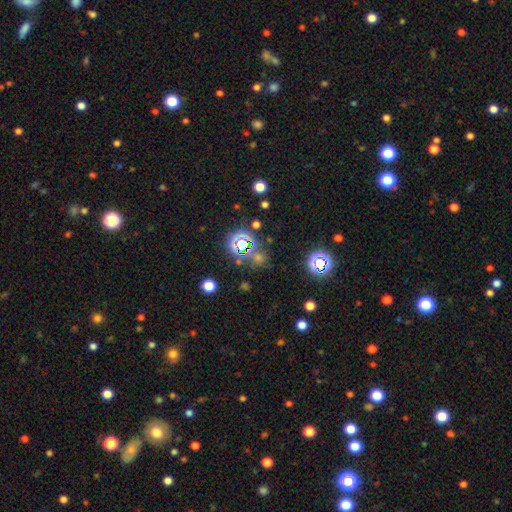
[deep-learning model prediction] This appears to be a star or artifact, not a galaxy (60%).